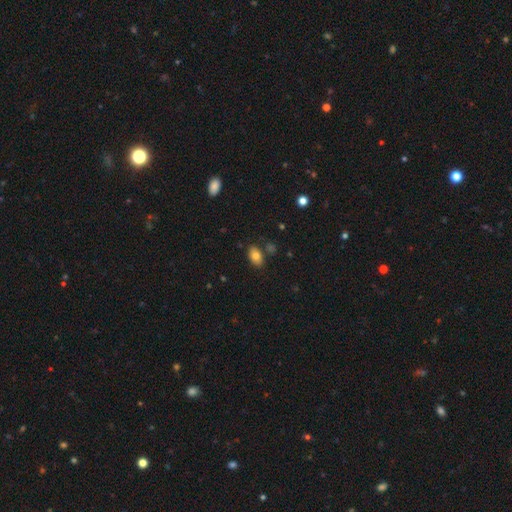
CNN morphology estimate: A smooth galaxy with no disk features (79%) that is in between round and cigar-shaped (89%). Merging: none (81%).